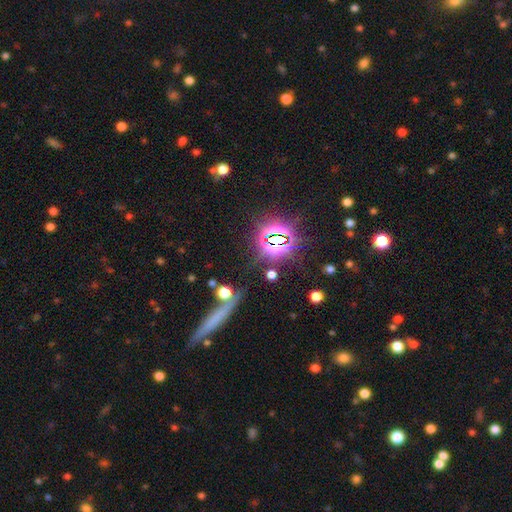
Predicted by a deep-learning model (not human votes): Morphology: type=star or artifact (63%).